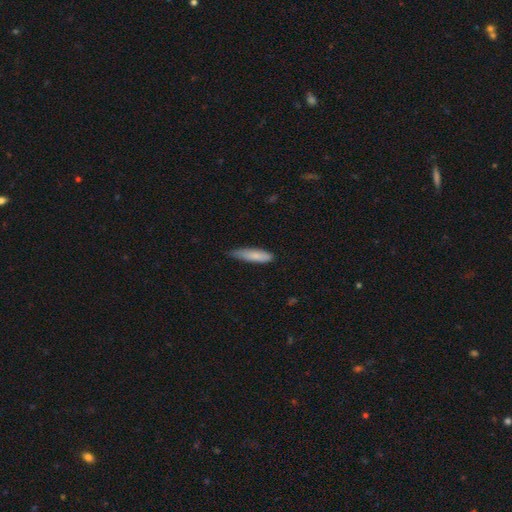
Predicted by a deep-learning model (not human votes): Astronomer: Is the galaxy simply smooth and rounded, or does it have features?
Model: smooth — 80%.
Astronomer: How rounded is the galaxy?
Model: cigar-shaped — 70%.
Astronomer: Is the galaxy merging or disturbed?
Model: none — 59% (runner-up: minor disturbance, 35%).